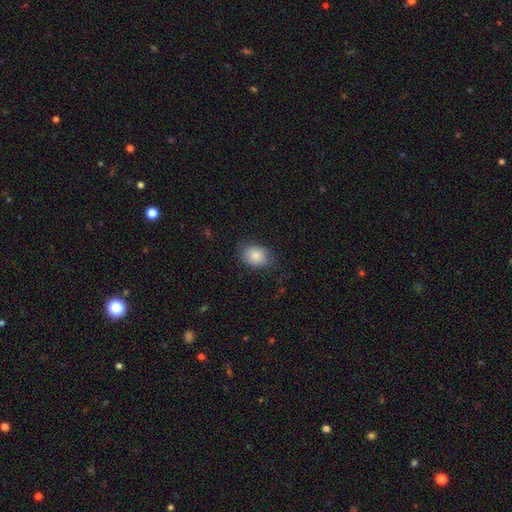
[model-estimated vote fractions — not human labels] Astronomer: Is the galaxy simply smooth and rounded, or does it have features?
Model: smooth — 85%.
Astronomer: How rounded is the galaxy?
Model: in between — 58% (runner-up: round, 41%).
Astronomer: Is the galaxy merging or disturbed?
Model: none — 74%.